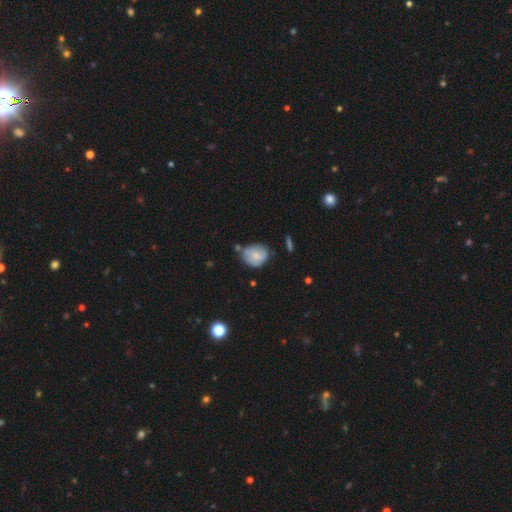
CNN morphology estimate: smooth-or-featured: smooth: 68% | featured or disk: 24% | star or artifact: 8%
  how-rounded: round: 60% | in between: 39% | cigar-shaped: 1%
  merging: none: 56% | minor disturbance: 29% | merger: 9% | major disturbance: 6%